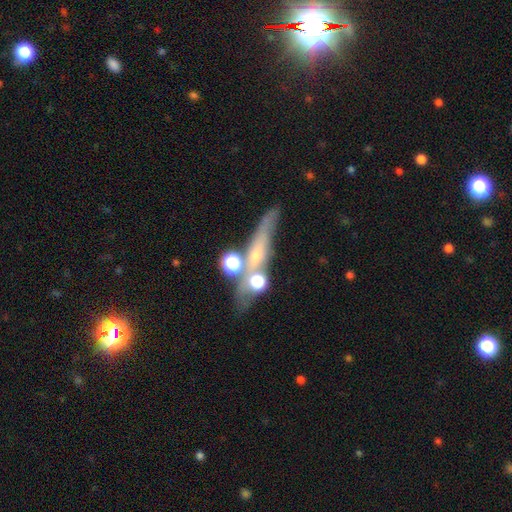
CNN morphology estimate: Overall: featured or disk (47%; smooth 32%). Merging: none (52%; merger 24%).